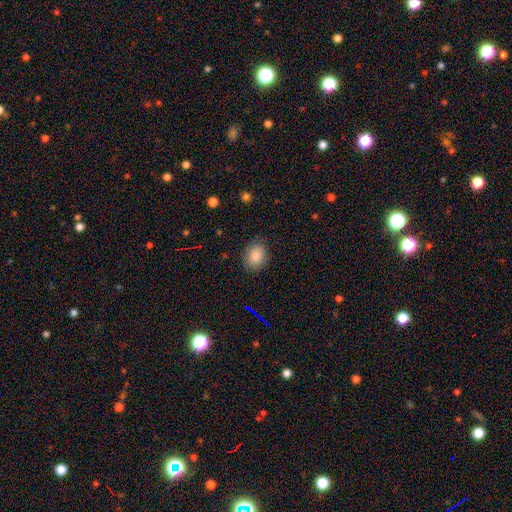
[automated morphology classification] The model was most divided on "how rounded": in between: 64%, round: 35%, cigar-shaped: 1%. More confident: smooth or featured — smooth (86%); merging — none (84%).